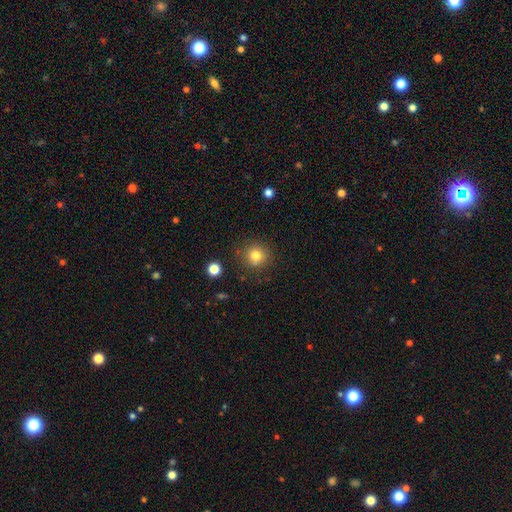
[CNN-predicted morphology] This is clearly a smooth galaxy (81%). How rounded: clearly round (91%). Merging: clearly none (86%).